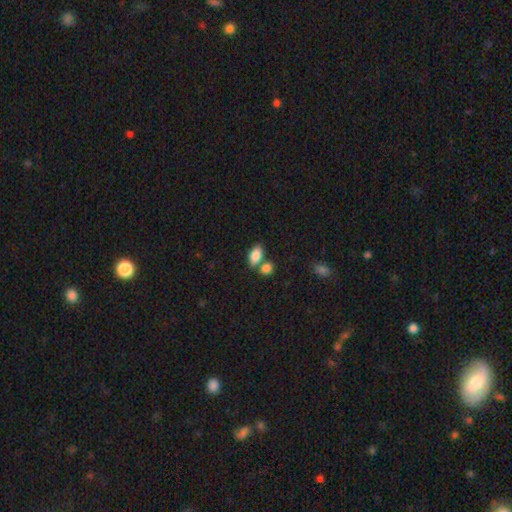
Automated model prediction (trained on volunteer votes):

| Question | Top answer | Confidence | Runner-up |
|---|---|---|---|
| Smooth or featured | smooth | 84% | featured or disk (9%) |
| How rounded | in between | 89% | round (7%) |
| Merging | none | 54% | merger (30%) |